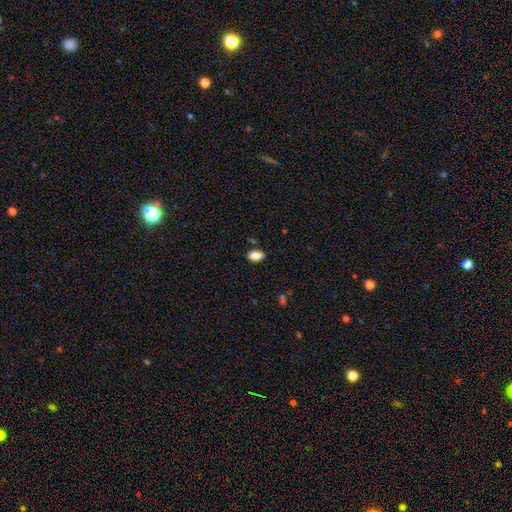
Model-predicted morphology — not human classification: Overall: smooth (87%). How rounded: in between (92%). Merging: none (84%).